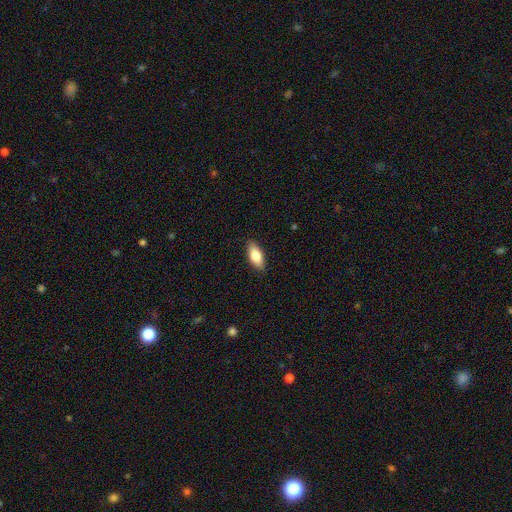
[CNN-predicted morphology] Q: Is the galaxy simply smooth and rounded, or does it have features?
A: smooth — 78%.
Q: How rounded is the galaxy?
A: in between — 84%.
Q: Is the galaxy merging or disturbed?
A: none — 89%.